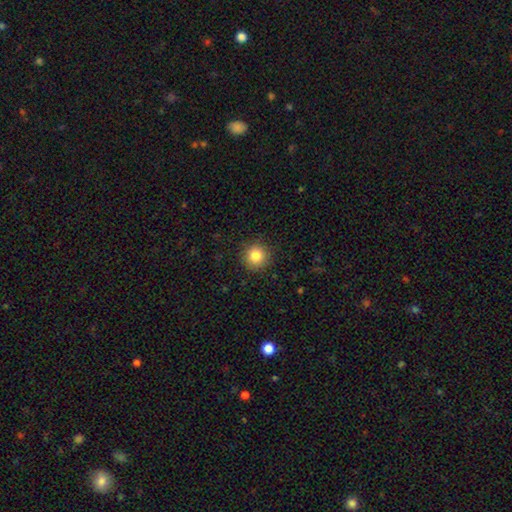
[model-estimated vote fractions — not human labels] smooth_or_featured: smooth (p=0.83) [alt: star or artifact p=0.11]
how_rounded: round (p=0.94) [alt: in between p=0.05]
merging: none (p=0.90) [alt: minor disturbance p=0.07]